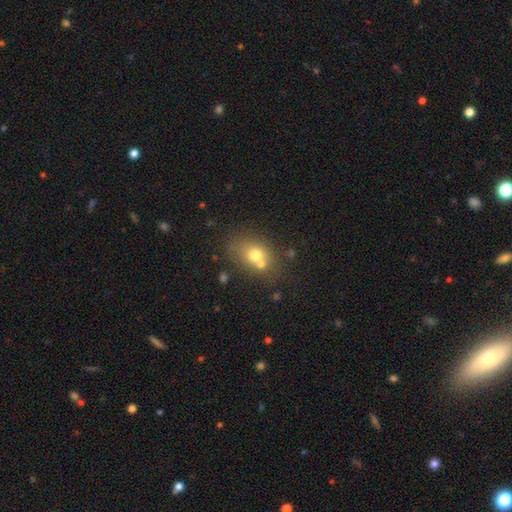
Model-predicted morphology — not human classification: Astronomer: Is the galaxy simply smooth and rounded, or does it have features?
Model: smooth — 66%.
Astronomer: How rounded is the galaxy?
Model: round — 51% (runner-up: in between, 48%).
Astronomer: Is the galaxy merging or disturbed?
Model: none — 48% (runner-up: merger, 35%).